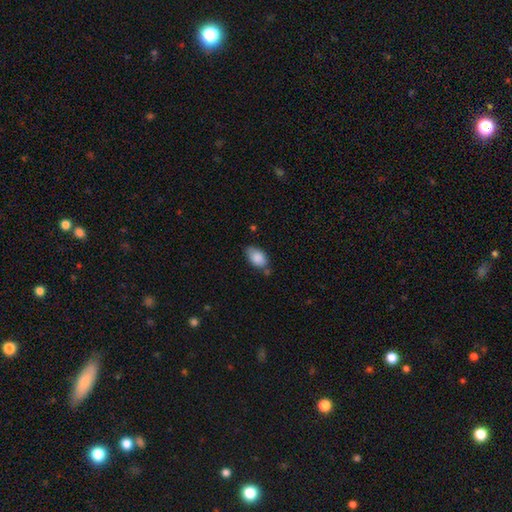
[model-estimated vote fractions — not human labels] smooth_or_featured: smooth (p=0.87) [alt: star or artifact p=0.07]
how_rounded: in between (p=0.90) [alt: round p=0.08]
merging: none (p=0.59) [alt: minor disturbance p=0.28]